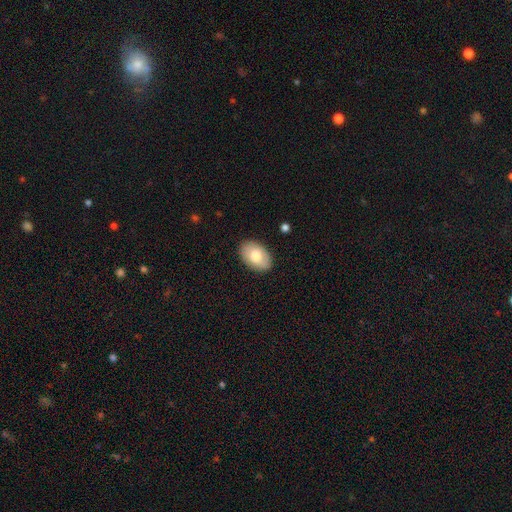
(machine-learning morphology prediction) Smooth or featured? Predicted: smooth (p=0.73). How rounded? Predicted: in between (p=0.88). Merging? Predicted: none (p=0.88).